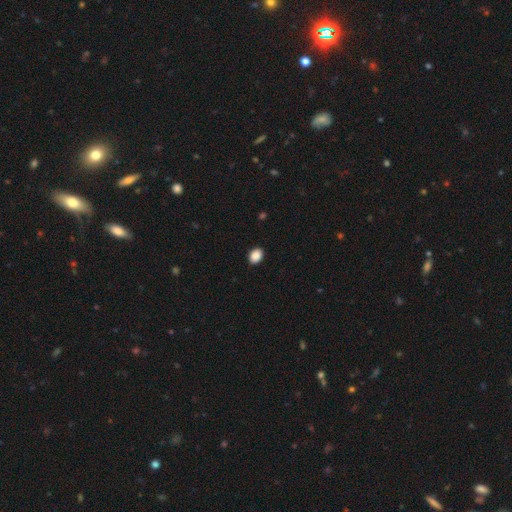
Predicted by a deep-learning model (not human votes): Smooth or featured?
  - smooth: 89% *
  - star or artifact: 8%
  - featured or disk: 3%
How rounded?
  - in between: 66% *
  - round: 33%
  - cigar-shaped: 1%
Merging?
  - none: 91% *
  - minor disturbance: 7%
  - major disturbance: 2%
  - merger: 1%